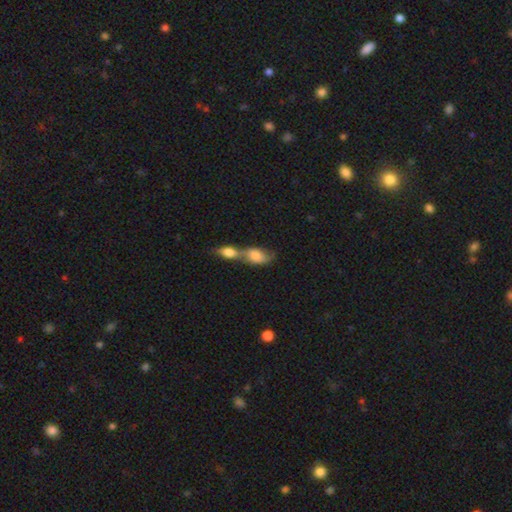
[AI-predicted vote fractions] Smooth or featured? smooth (71%)
How rounded? in between (84%)
Merging? merger (73%)